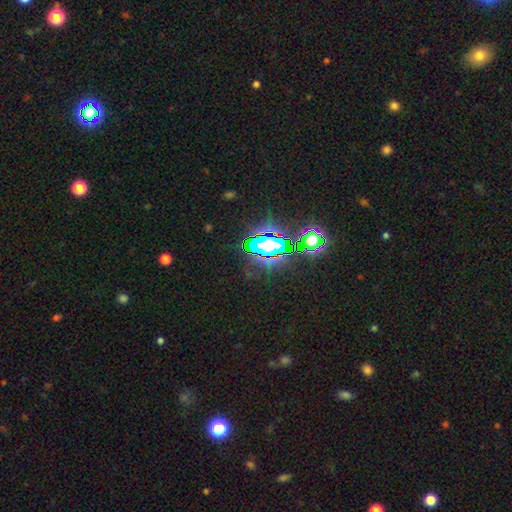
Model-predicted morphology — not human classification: smooth-or-featured: star or artifact: 81% | smooth: 11% | featured or disk: 8%